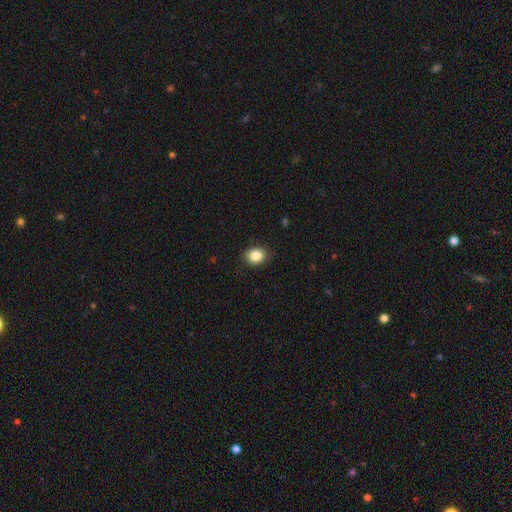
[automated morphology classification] A smooth galaxy with no disk features (86%) that is round (62%).

Vote fractions:
- Smooth or featured? smooth: 86% / star or artifact: 10% / featured or disk: 5%
- How rounded? round: 62% / in between: 37% / cigar-shaped: 1%
- Merging? none: 87% / minor disturbance: 10% / major disturbance: 2% / merger: 1%